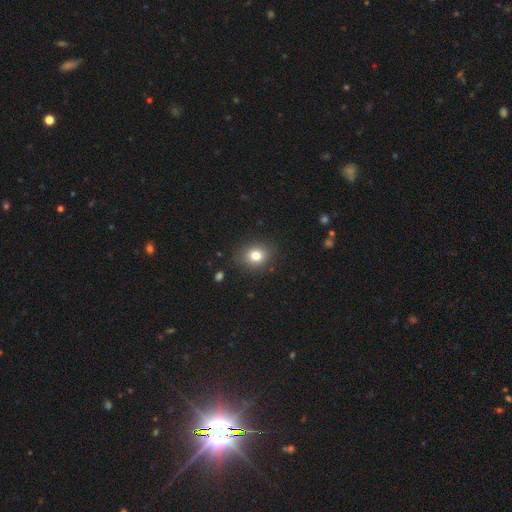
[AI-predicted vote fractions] Smooth or featured: smooth — 80% (star or artifact — 12%)
How rounded: round — 67% (in between — 32%)
Merging: none — 87% (minor disturbance — 9%)